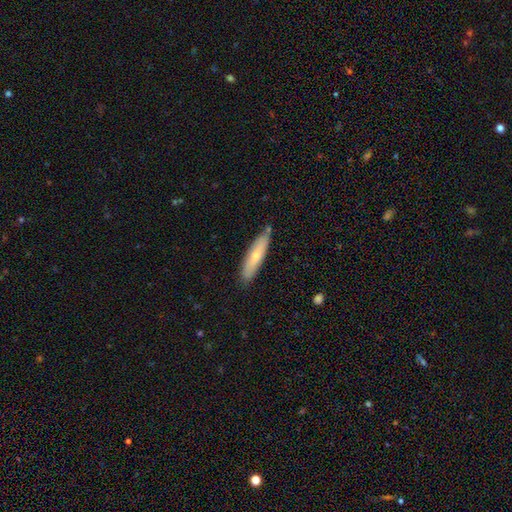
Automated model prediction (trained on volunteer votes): Smooth or featured?
  - smooth: 60% *
  - featured or disk: 34%
  - star or artifact: 6%
How rounded?
  - cigar-shaped: 74% *
  - in between: 24%
  - round: 2%
Merging?
  - none: 80% *
  - minor disturbance: 15%
  - merger: 3%
  - major disturbance: 2%